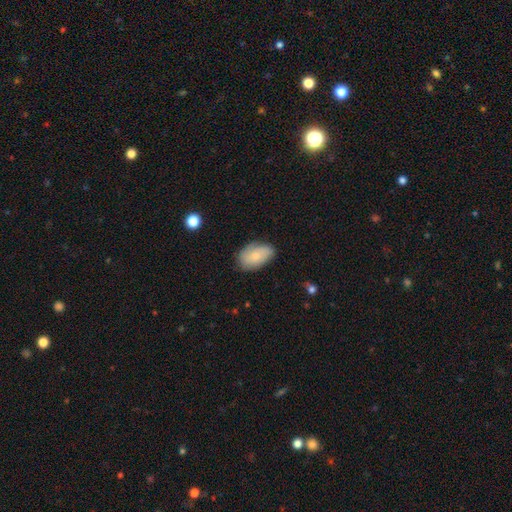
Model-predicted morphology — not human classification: The model was most divided on "smooth or featured": smooth: 70%, featured or disk: 23%, star or artifact: 7%. More confident: how rounded — in between (91%); merging — none (73%).